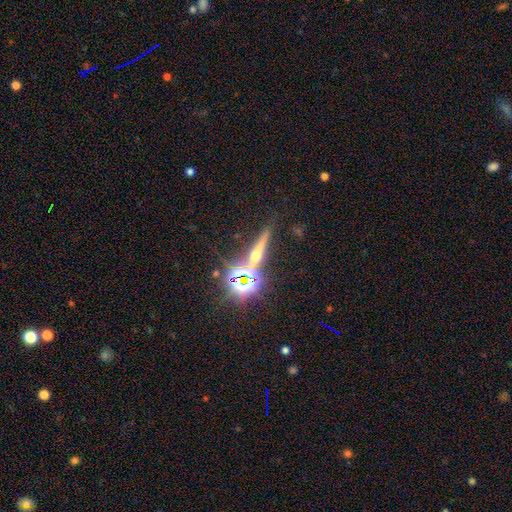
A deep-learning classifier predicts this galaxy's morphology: This appears to be a star or artifact, not a galaxy (39%).